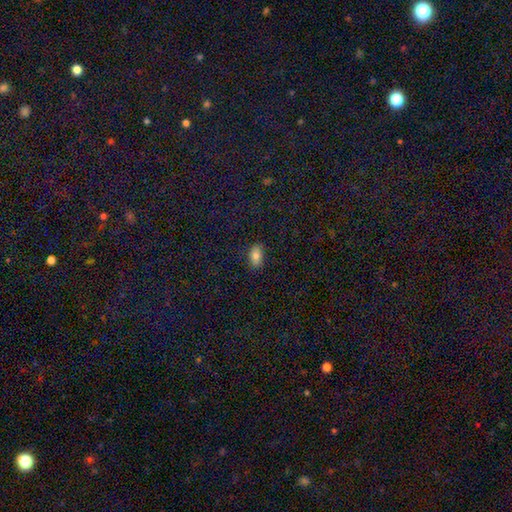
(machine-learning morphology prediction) Smooth or featured? Predicted: smooth (p=0.81). How rounded? Predicted: in between (p=0.92). Merging? Predicted: none (p=0.87).